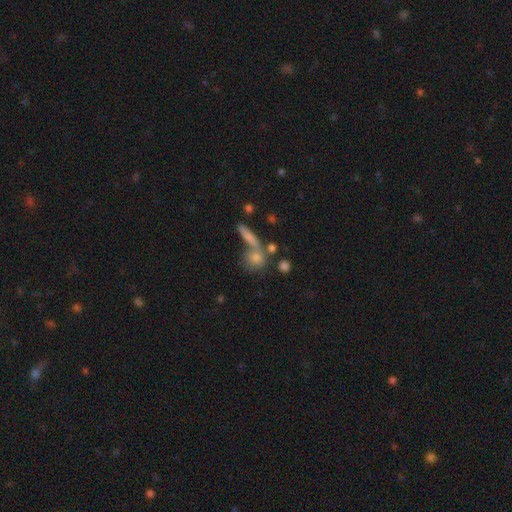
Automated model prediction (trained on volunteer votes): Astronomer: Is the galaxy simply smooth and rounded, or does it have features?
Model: smooth — 72%.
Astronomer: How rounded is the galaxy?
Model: round — 60%.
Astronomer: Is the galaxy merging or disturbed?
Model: none — 54%.